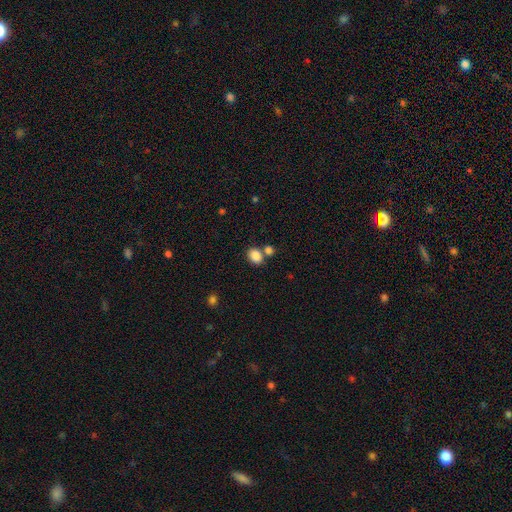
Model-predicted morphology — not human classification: This is clearly a smooth galaxy (86%). How rounded: likely in between (60%). Merging: possibly none (59%).